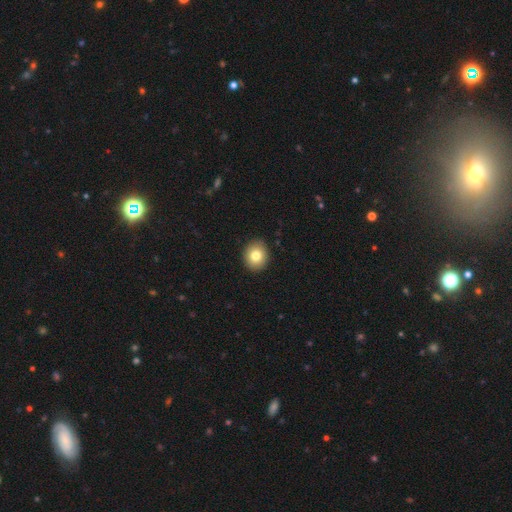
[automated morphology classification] Smooth or featured?
  - smooth: 80% *
  - featured or disk: 11%
  - star or artifact: 10%
How rounded?
  - round: 73% *
  - in between: 26%
  - cigar-shaped: 1%
Merging?
  - none: 90% *
  - minor disturbance: 7%
  - major disturbance: 2%
  - merger: 1%